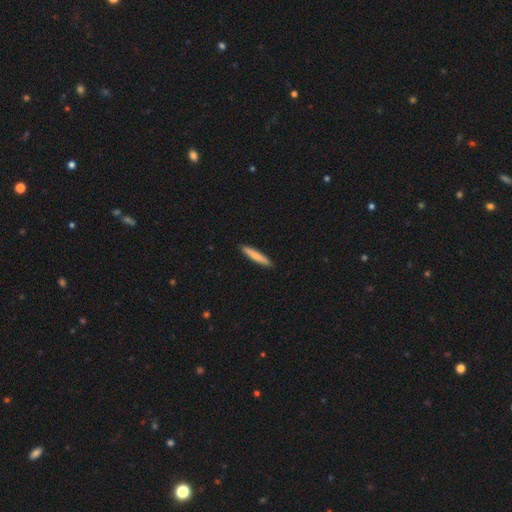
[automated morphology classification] Smooth or featured? smooth (78%)
How rounded? cigar-shaped (93%)
Merging? none (91%)